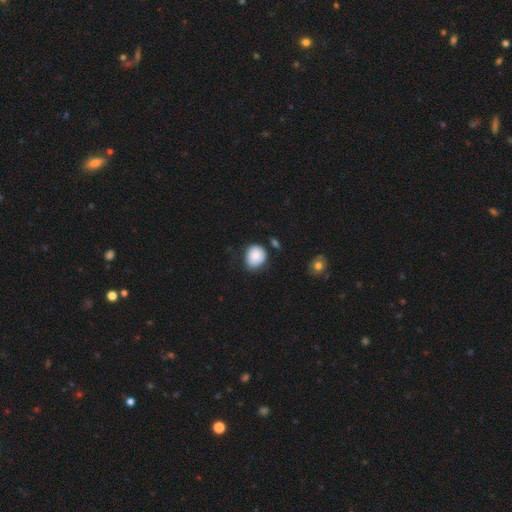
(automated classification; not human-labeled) Smooth or featured: smooth — 81% (featured or disk — 11%)
How rounded: round — 71% (in between — 28%)
Merging: none — 64% (minor disturbance — 26%)